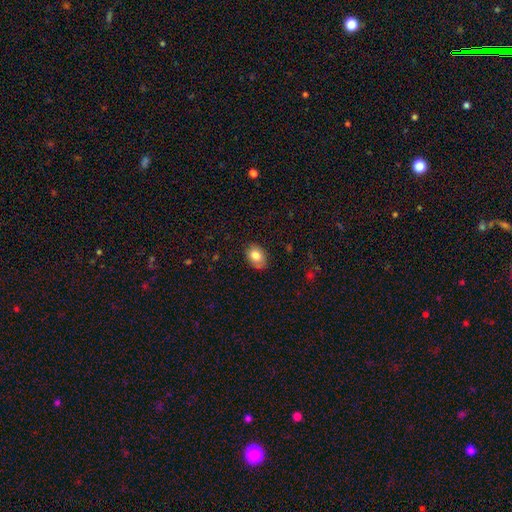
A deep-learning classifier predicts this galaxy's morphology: smooth_or_featured: smooth (p=0.82) [alt: featured or disk p=0.10]
how_rounded: in between (p=0.75) [alt: round p=0.24]
merging: none (p=0.81) [alt: minor disturbance p=0.15]